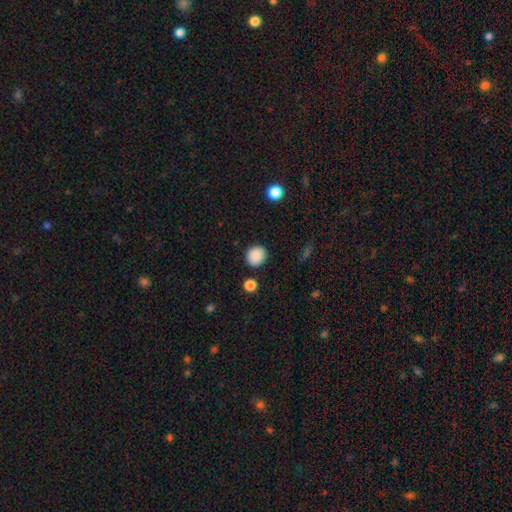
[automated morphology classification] Smooth or featured: smooth — 88% (star or artifact — 9%)
How rounded: round — 85% (in between — 14%)
Merging: none — 87% (minor disturbance — 8%)